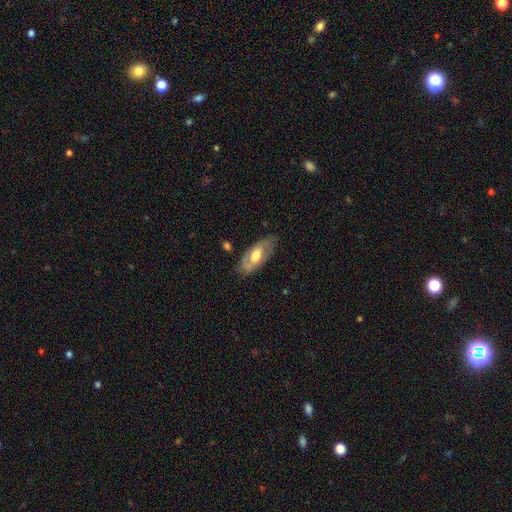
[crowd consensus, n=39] Morphology: type=featured or disk (51%); edge-on=no (90%); bar=no (44%); spiral arms=no (61%); bulge=large (44%, tied with moderate); merging=none (57%).